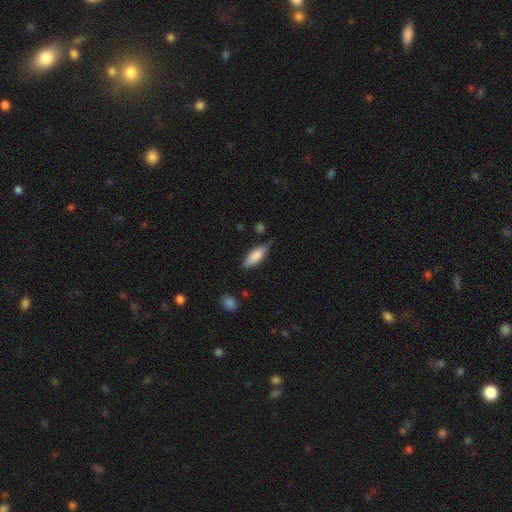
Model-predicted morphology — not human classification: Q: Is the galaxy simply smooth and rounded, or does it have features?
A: smooth — 79%.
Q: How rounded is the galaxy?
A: in between — 66%.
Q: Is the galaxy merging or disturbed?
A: none — 65%.